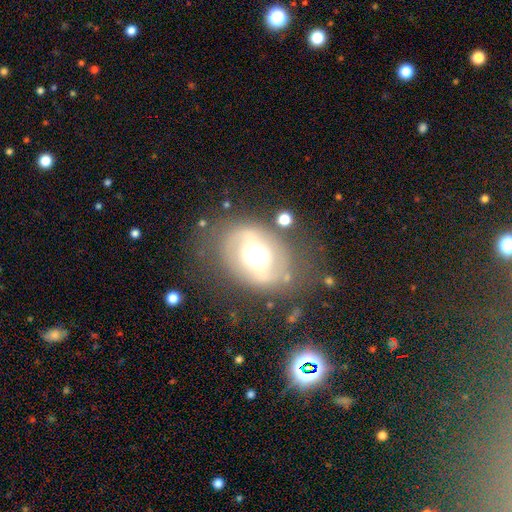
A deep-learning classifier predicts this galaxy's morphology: Overall: featured or disk (58%; smooth 31%). Edge-on disk: no (93%). Bar: no (47%; weak 27%). Spiral arms: no (60%; yes 40%). Bulge size: large (45%; moderate 29%). Merging: none (66%).